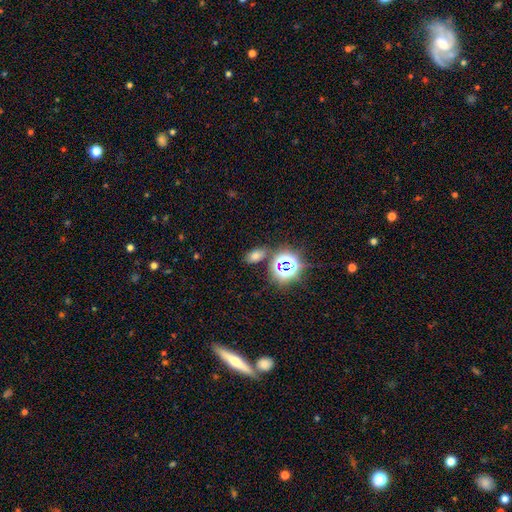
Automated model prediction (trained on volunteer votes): Q: Smooth or featured?
A: smooth (62%); runner-up: star or artifact (30%)
Q: How rounded?
A: in between (86%); runner-up: round (12%)
Q: Merging?
A: none (78%); runner-up: minor disturbance (11%)